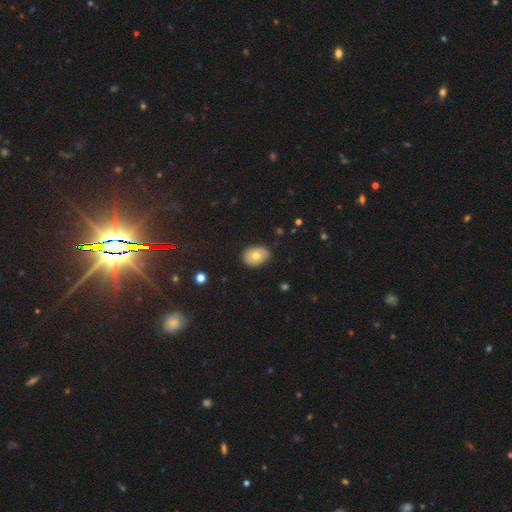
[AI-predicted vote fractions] This is likely a smooth galaxy (66%). How rounded: likely in between (71%). Merging: clearly none (81%).